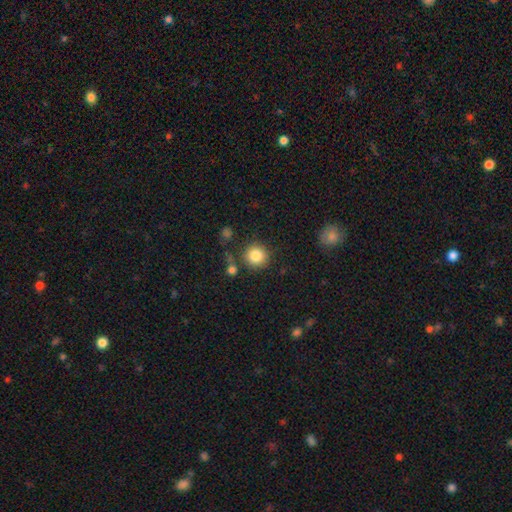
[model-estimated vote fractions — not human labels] Smooth or featured: smooth — 84% (star or artifact — 9%)
How rounded: round — 93% (in between — 6%)
Merging: none — 81% (minor disturbance — 9%)